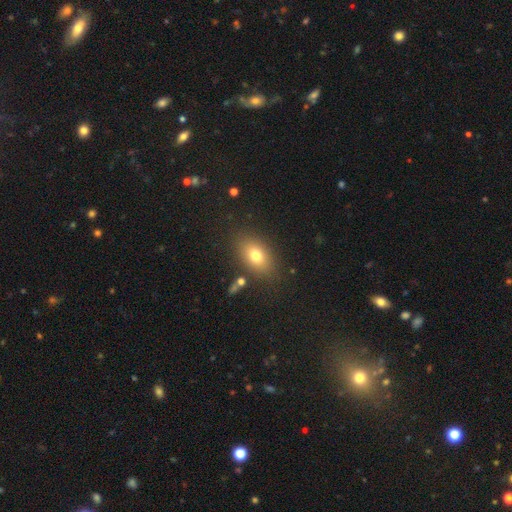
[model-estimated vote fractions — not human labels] This is likely a smooth galaxy (75%). How rounded: clearly in between (82%). Merging: clearly none (82%).